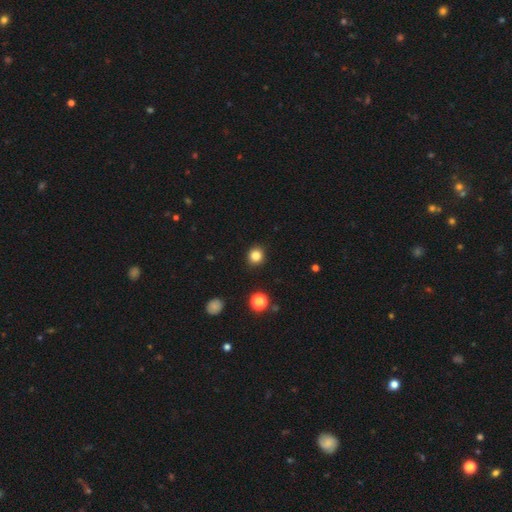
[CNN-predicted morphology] smooth_or_featured: smooth (p=0.84) [alt: star or artifact p=0.12]
how_rounded: round (p=0.88) [alt: in between p=0.11]
merging: none (p=0.91) [alt: minor disturbance p=0.06]